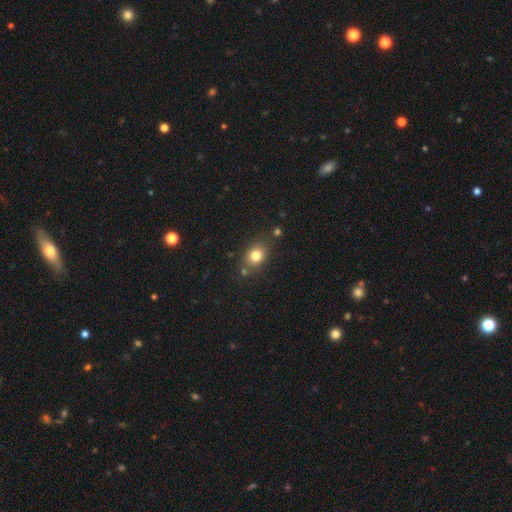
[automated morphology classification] A smooth galaxy with no disk features (80%) that is in between round and cigar-shaped (50%).

Vote fractions:
- Smooth or featured? smooth: 80% / star or artifact: 12% / featured or disk: 9%
- How rounded? in between: 50% / round: 49% / cigar-shaped: 1%
- Merging? none: 74% / minor disturbance: 14% / merger: 8% / major disturbance: 4%